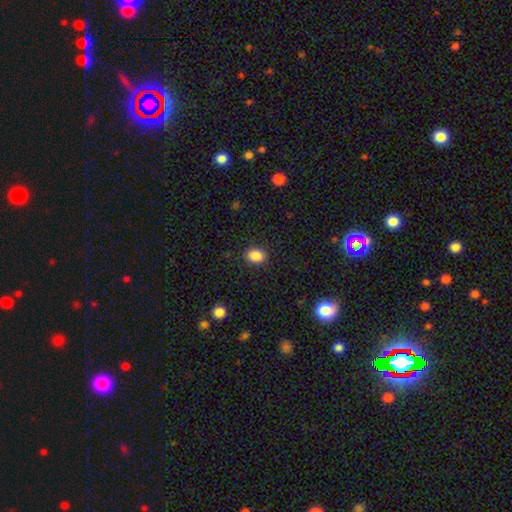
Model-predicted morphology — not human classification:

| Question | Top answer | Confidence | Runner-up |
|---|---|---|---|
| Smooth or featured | smooth | 86% | star or artifact (9%) |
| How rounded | in between | 63% | round (36%) |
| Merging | none | 88% | minor disturbance (8%) |